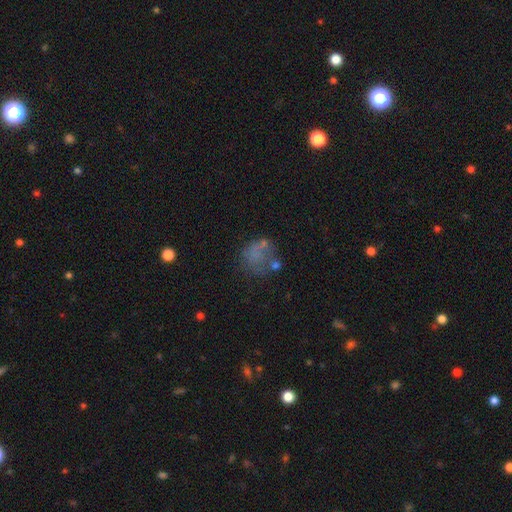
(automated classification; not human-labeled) smooth-or-featured: smooth: 54% | featured or disk: 27% | star or artifact: 18%
  how-rounded: round: 64% | in between: 34% | cigar-shaped: 1%
  merging: none: 44% | major disturbance: 23% | minor disturbance: 20% | merger: 13%